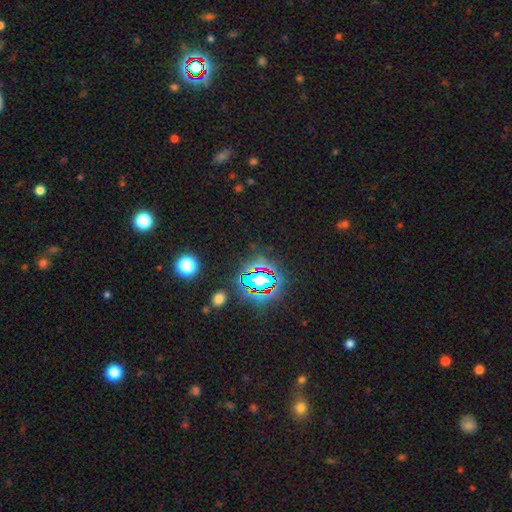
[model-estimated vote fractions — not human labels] The model was most divided on "smooth or featured": star or artifact: 79%, smooth: 14%, featured or disk: 7%.